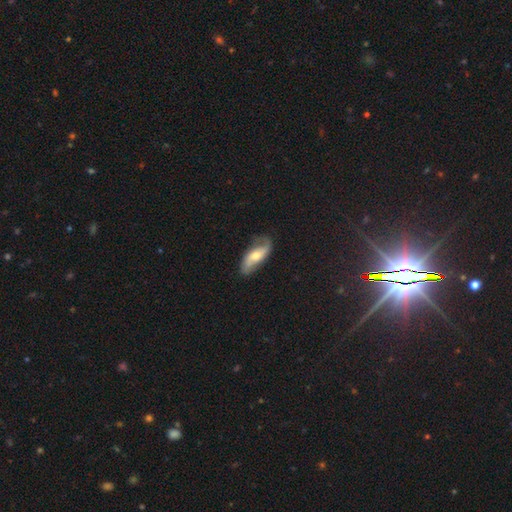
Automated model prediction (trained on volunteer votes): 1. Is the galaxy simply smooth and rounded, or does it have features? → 65% featured or disk, 29% smooth, 6% star or artifact.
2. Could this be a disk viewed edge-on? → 88% no, 12% yes.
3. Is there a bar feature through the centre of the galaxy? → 48% no, 34% weak, 17% strong.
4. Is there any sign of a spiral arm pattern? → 88% yes, 12% no.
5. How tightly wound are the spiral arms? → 62% loose, 27% medium, 11% tight.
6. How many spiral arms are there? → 88% 2, 6% can't tell, 3% 1, 1% 3, 1% 4, 1% more than 4.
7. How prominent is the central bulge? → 63% moderate, 27% small, 7% large, 2% none, 1% dominant.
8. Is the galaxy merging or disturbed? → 71% none, 21% minor disturbance, 6% major disturbance, 2% merger.